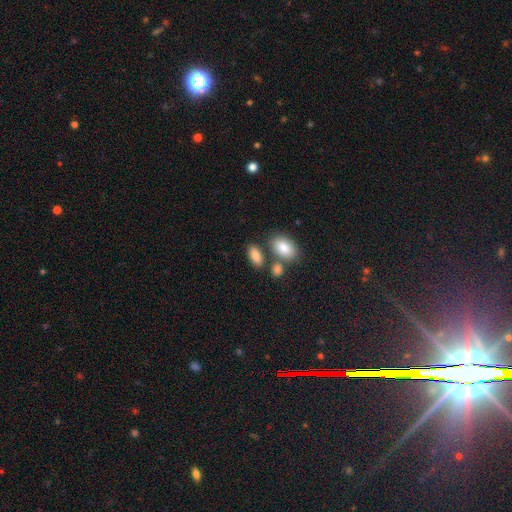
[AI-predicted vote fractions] Overall: smooth (85%). How rounded: in between (90%). Merging: none (65%).